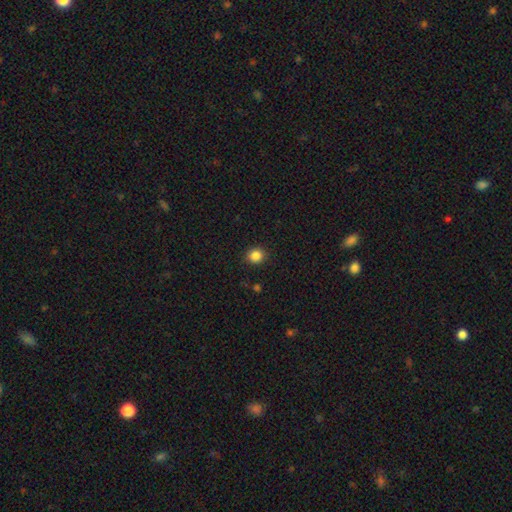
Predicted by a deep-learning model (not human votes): Smooth or featured: smooth — 85% (star or artifact — 11%)
How rounded: round — 79% (in between — 20%)
Merging: none — 90% (minor disturbance — 7%)